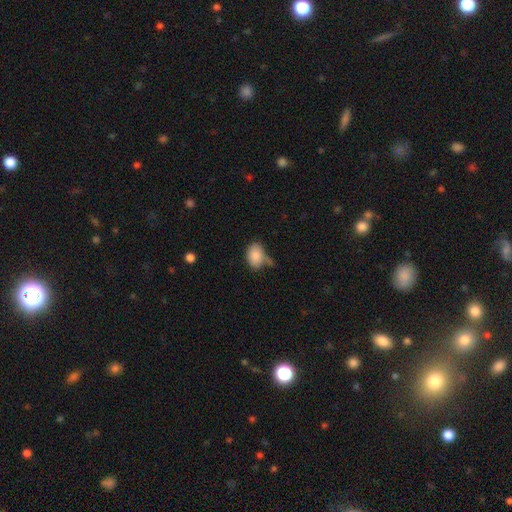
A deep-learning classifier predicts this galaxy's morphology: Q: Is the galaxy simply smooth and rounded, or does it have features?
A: smooth — 85%.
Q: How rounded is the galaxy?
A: in between — 80%.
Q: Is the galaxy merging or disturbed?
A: none — 53%.